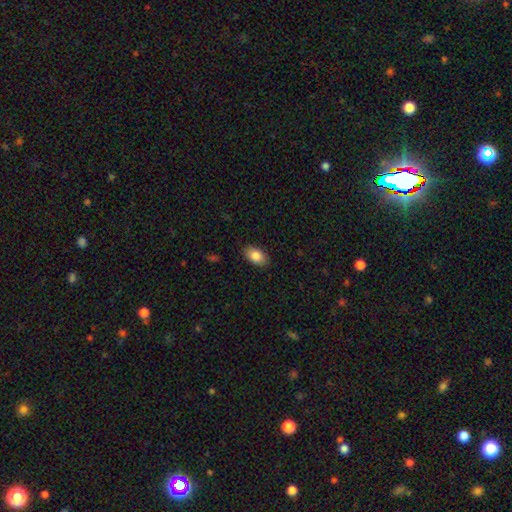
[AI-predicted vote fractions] smooth-or-featured: smooth: 85% | featured or disk: 7% | star or artifact: 7%
  how-rounded: in between: 91% | round: 8% | cigar-shaped: 2%
  merging: none: 88% | minor disturbance: 9% | major disturbance: 2% | merger: 1%